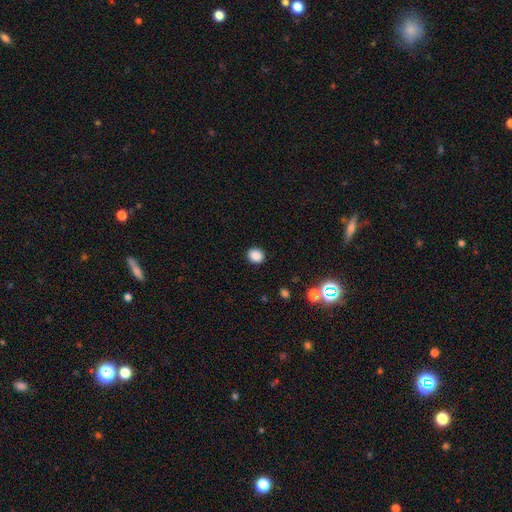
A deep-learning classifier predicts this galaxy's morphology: A smooth galaxy with no disk features (86%) that is round (75%).

Vote fractions:
- Smooth or featured? smooth: 86% / star or artifact: 11% / featured or disk: 3%
- How rounded? round: 75% / in between: 24% / cigar-shaped: 1%
- Merging? none: 90% / minor disturbance: 6% / major disturbance: 2% / merger: 1%